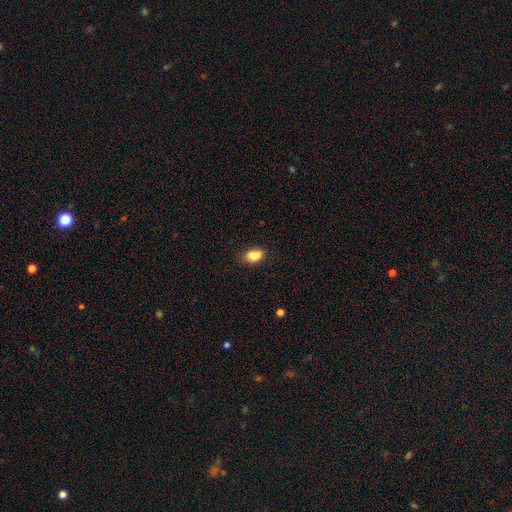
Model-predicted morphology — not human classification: Q: Smooth or featured?
A: smooth (82%); runner-up: star or artifact (9%)
Q: How rounded?
A: in between (83%); runner-up: round (15%)
Q: Merging?
A: none (57%); runner-up: minor disturbance (24%)